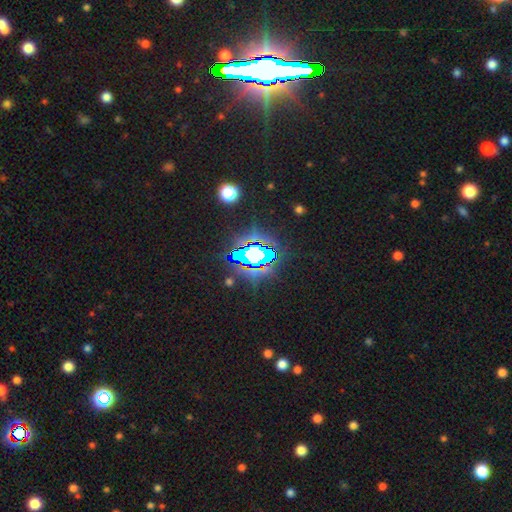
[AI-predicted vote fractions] Smooth or featured: star or artifact — 84% (smooth — 8%)